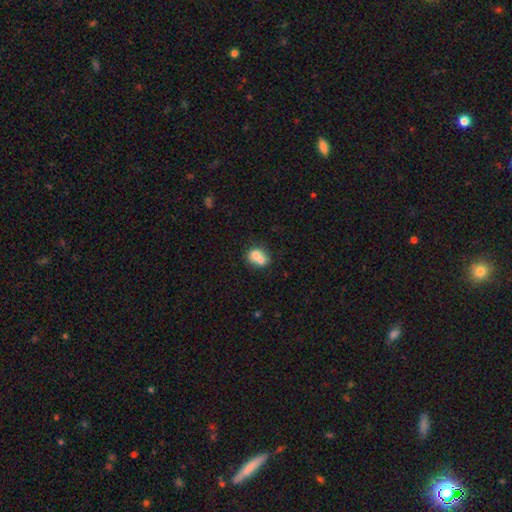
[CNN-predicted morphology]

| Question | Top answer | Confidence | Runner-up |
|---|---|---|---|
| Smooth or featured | smooth | 69% | featured or disk (22%) |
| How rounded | round | 58% | in between (41%) |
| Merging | merger | 65% | none (25%) |